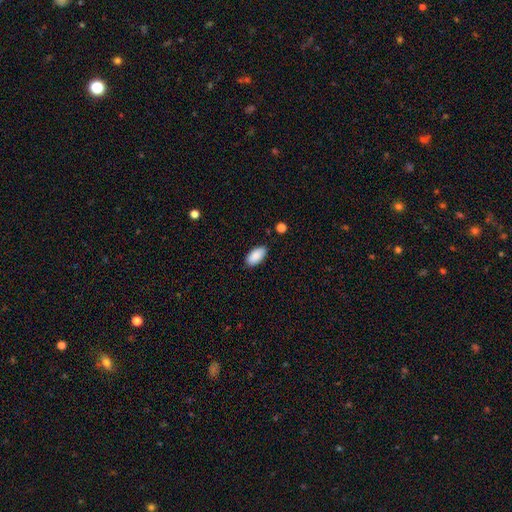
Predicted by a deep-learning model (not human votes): Q: Smooth or featured?
A: smooth (89%); runner-up: star or artifact (6%)
Q: How rounded?
A: in between (94%); runner-up: cigar-shaped (4%)
Q: Merging?
A: none (86%); runner-up: minor disturbance (10%)